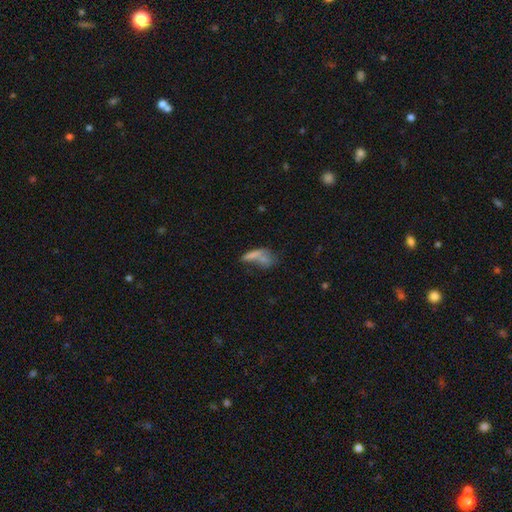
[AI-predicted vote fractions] Overall: smooth (65%). How rounded: in between (56%; cigar-shaped 35%). Merging: merger (37%; none 29%).